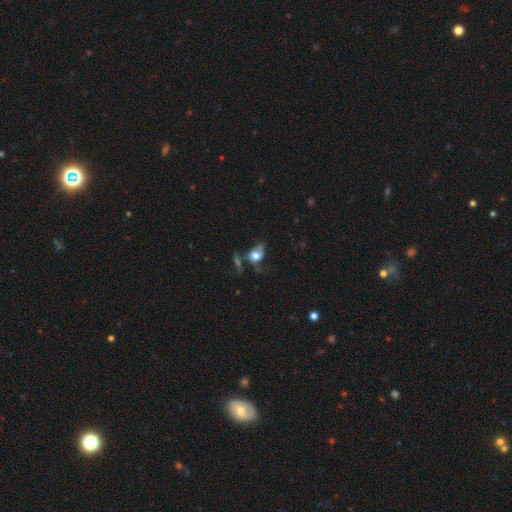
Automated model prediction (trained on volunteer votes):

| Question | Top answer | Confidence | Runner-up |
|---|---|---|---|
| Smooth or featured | smooth | 63% | featured or disk (25%) |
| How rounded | in between | 57% | round (41%) |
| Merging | major disturbance | 30% | none (27%) |